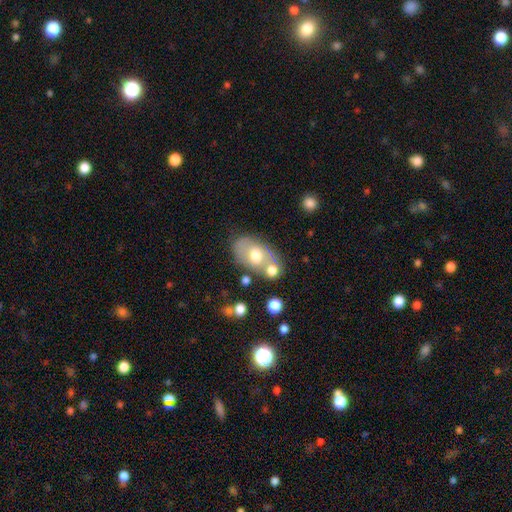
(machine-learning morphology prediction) A smooth galaxy with no disk features (59%) that is in between round and cigar-shaped (86%). Merging: none (56%).